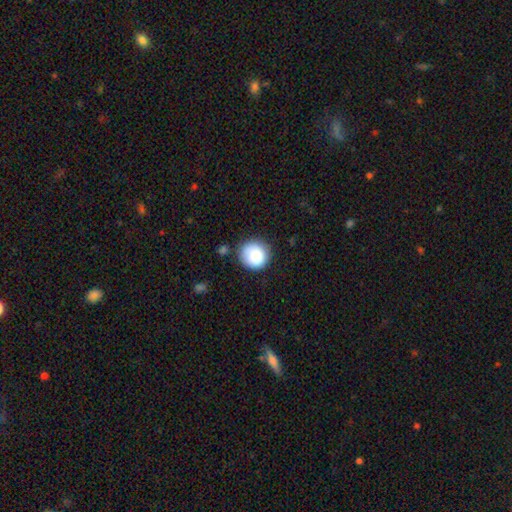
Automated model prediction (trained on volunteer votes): Smooth or featured? smooth (81%)
How rounded? round (93%)
Merging? none (81%)